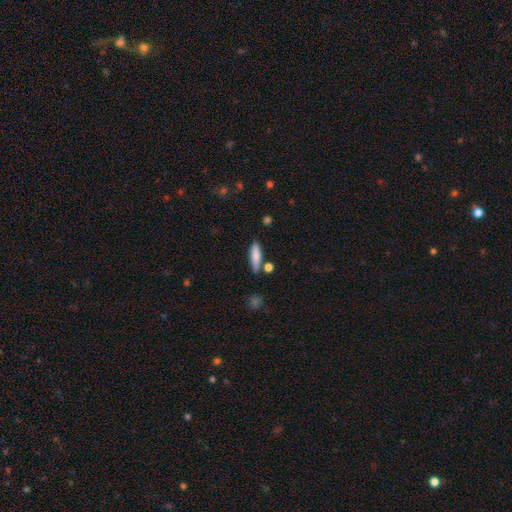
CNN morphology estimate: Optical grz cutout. It shows a smooth galaxy with no disk features (80%) that is cigar-shaped (70%). Merging: none (77%).